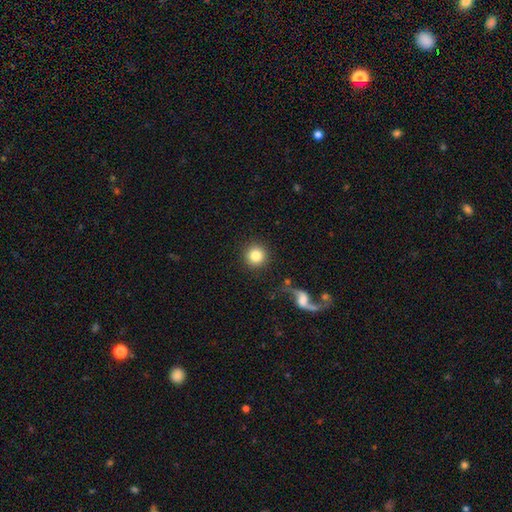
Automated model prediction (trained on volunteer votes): A smooth galaxy with no disk features (84%) that is round (95%).

Vote fractions:
- Smooth or featured? smooth: 84% / star or artifact: 9% / featured or disk: 8%
- How rounded? round: 95% / in between: 4% / cigar-shaped: 1%
- Merging? none: 86% / minor disturbance: 6% / major disturbance: 4% / merger: 4%